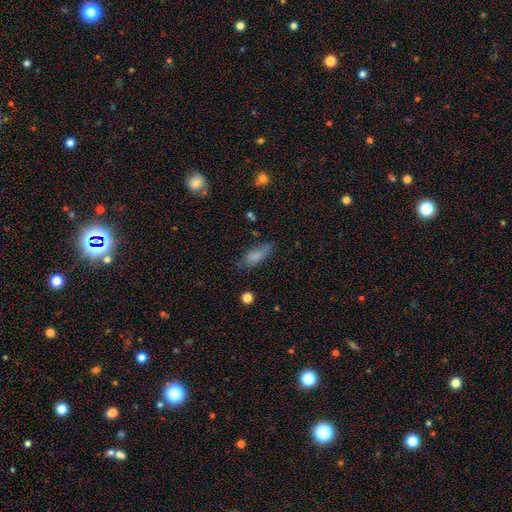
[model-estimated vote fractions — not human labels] A smooth galaxy with no disk features (77%) that is in between round and cigar-shaped (71%). Merging: none (63%).